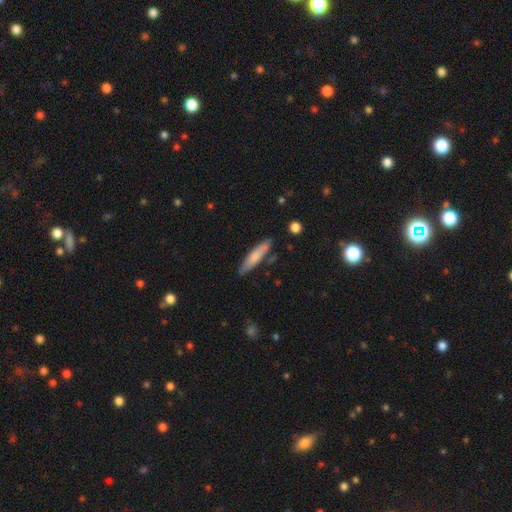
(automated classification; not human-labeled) Smooth or featured? smooth (71%)
How rounded? cigar-shaped (83%)
Merging? none (80%)